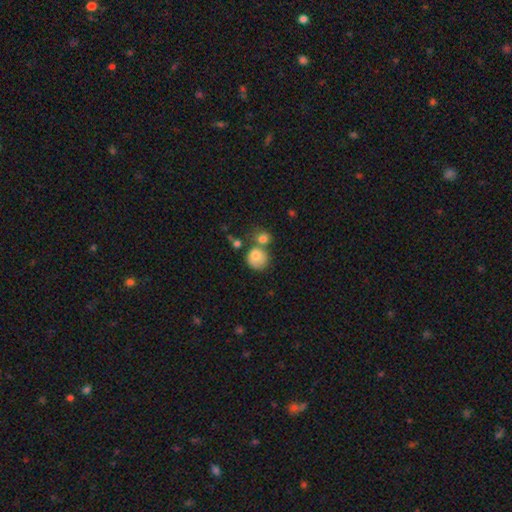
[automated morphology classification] smooth 78%, featured or disk 13%, star or artifact 9%. Down the decision tree: how rounded — round (84%); merging — none (44%).